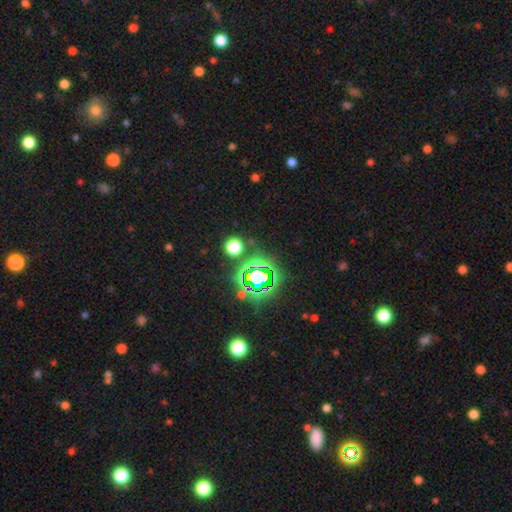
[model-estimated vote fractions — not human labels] Overall: star or artifact (79%).